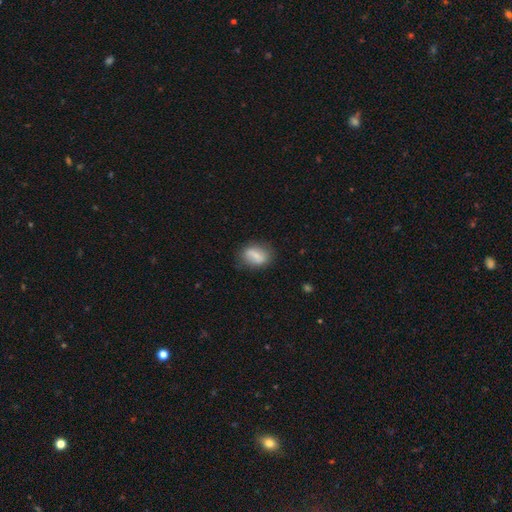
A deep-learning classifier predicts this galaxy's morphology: Smooth or featured? Predicted: smooth (p=0.64). How rounded? Predicted: in between (p=0.71). Merging? Predicted: none (p=0.74).